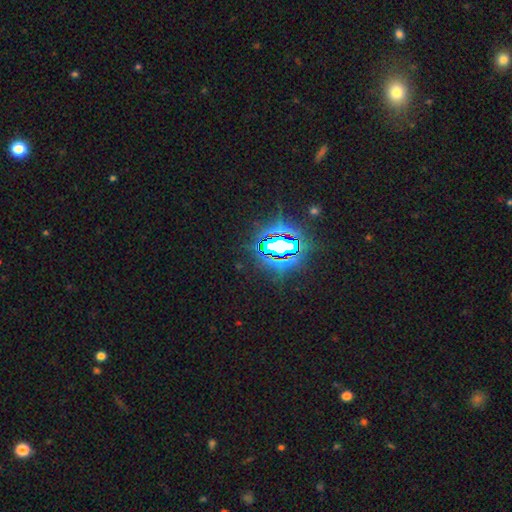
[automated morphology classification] A star or artifact, not a galaxy (83%).